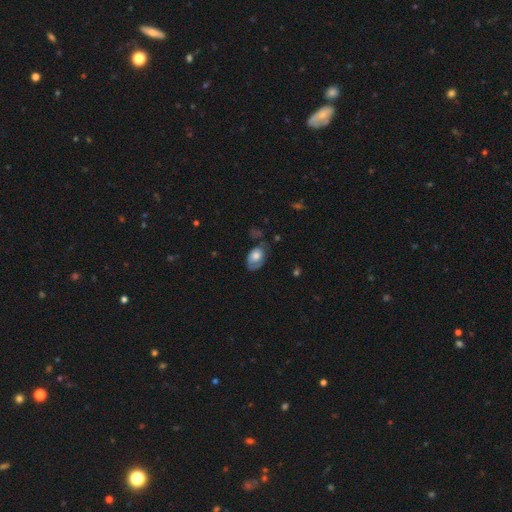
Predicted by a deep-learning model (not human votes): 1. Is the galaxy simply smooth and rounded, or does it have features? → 60% smooth, 33% featured or disk, 7% star or artifact.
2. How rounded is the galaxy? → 87% in between, 12% round, 1% cigar-shaped.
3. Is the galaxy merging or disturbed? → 50% none, 31% minor disturbance, 16% major disturbance, 3% merger.